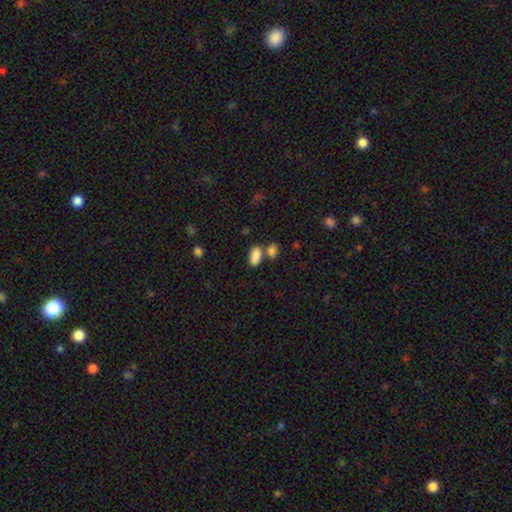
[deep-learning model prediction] Smooth or featured?
  - smooth: 86% *
  - star or artifact: 8%
  - featured or disk: 6%
How rounded?
  - in between: 90% *
  - round: 6%
  - cigar-shaped: 4%
Merging?
  - none: 51% *
  - merger: 33%
  - minor disturbance: 12%
  - major disturbance: 4%